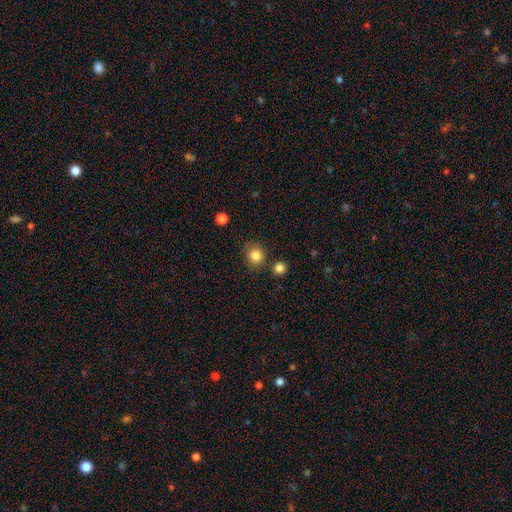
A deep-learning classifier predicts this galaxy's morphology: The model was most divided on "merging": none: 72%, minor disturbance: 16%, merger: 7%, major disturbance: 5%. More confident: smooth or featured — smooth (84%); how rounded — round (81%).